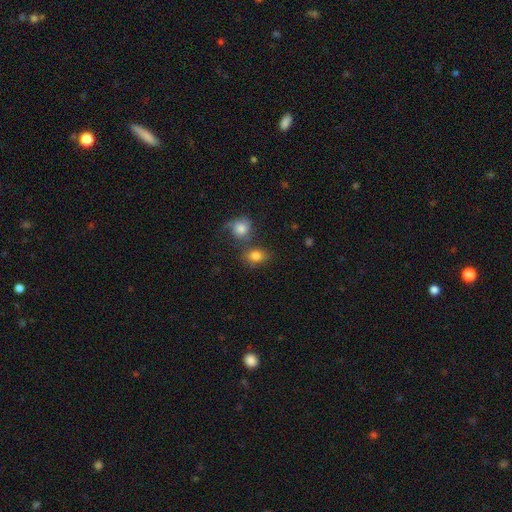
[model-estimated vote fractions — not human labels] A smooth galaxy with no disk features (81%) that is in between round and cigar-shaped (67%).

Vote fractions:
- Smooth or featured? smooth: 81% / star or artifact: 10% / featured or disk: 9%
- How rounded? in between: 67% / round: 31% / cigar-shaped: 2%
- Merging? none: 51% / merger: 28% / minor disturbance: 14% / major disturbance: 6%